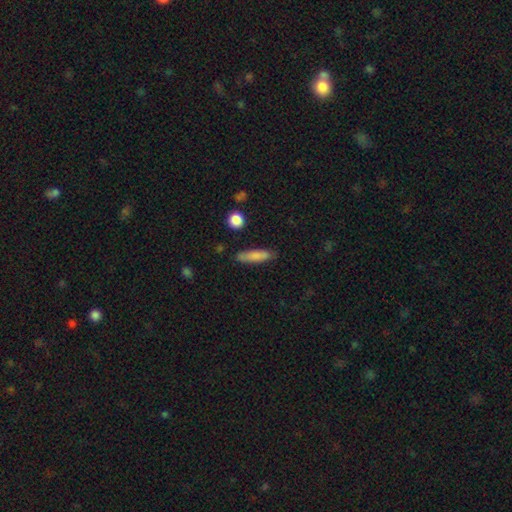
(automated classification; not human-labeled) The model was most divided on "how rounded": cigar-shaped: 67%, in between: 31%, round: 2%. More confident: merging — none (83%); smooth or featured — smooth (82%).